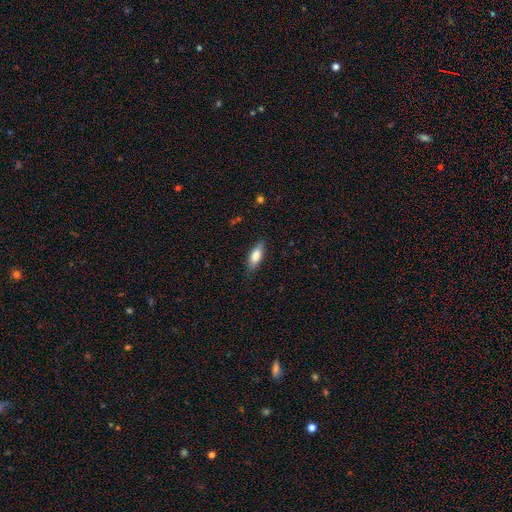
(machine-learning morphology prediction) smooth 78%, featured or disk 16%, star or artifact 6%. Down the decision tree: how rounded — in between (69%); merging — none (83%).